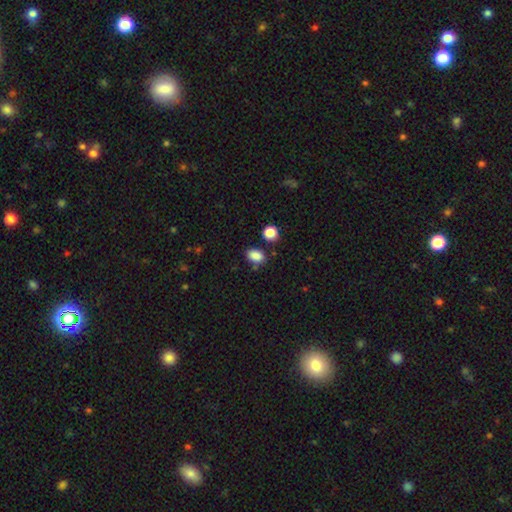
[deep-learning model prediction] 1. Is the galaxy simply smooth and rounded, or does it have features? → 86% smooth, 10% star or artifact, 4% featured or disk.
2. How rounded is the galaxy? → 81% in between, 18% round, 1% cigar-shaped.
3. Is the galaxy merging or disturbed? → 76% none, 13% minor disturbance, 7% merger, 4% major disturbance.